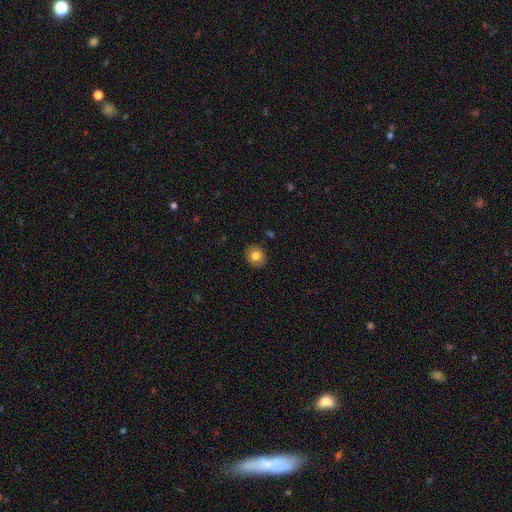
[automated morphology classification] The model was most divided on "how rounded": round: 80%, in between: 19%, cigar-shaped: 1%. More confident: merging — none (89%); smooth or featured — smooth (80%).